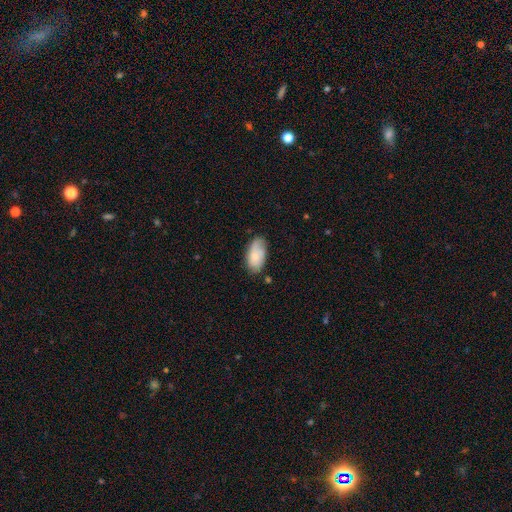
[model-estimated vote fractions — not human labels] A smooth galaxy with no disk features (71%) that is in between round and cigar-shaped (94%). Merging: none (65%).